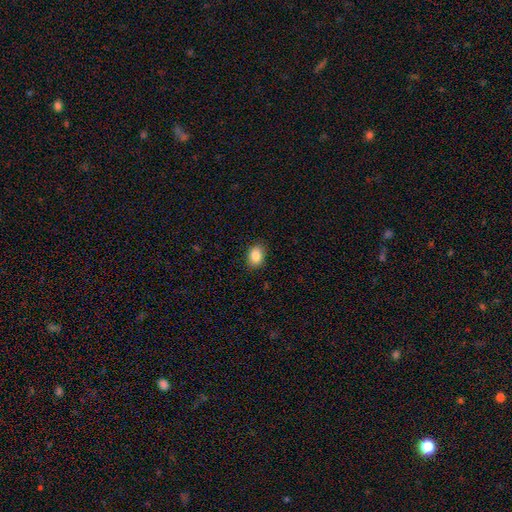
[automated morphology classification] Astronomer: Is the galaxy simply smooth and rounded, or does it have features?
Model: smooth — 87%.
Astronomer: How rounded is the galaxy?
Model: in between — 76%.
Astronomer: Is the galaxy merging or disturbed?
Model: none — 87%.